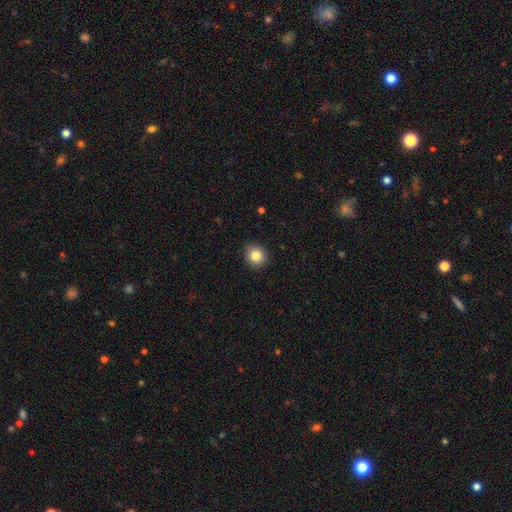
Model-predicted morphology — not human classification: smooth 84%, star or artifact 10%, featured or disk 6%. Down the decision tree: how rounded — round (84%); merging — none (88%).